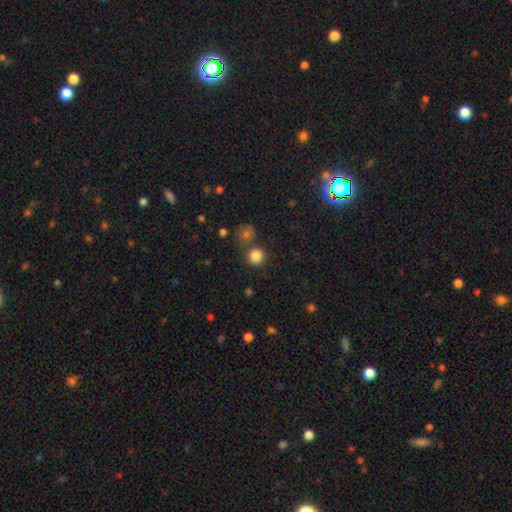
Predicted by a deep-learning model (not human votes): smooth_or_featured: smooth (p=0.83) [alt: star or artifact p=0.12]
how_rounded: round (p=0.90) [alt: in between p=0.09]
merging: none (p=0.72) [alt: merger p=0.15]